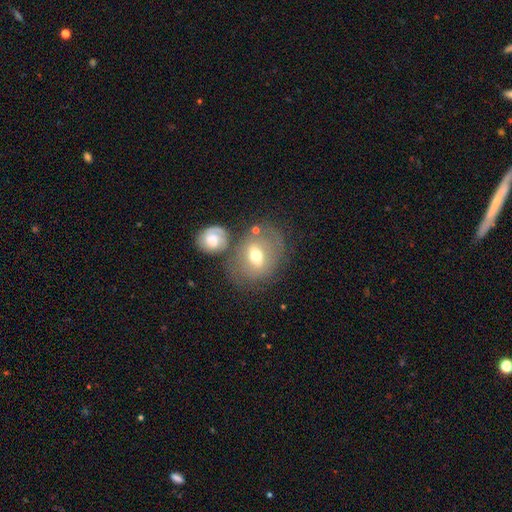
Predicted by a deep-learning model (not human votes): A smooth galaxy with no disk features (50%) that is in between round and cigar-shaped (57%). Merging: none (51%).